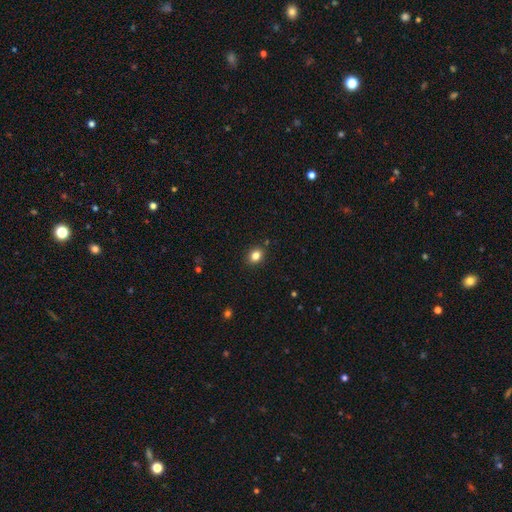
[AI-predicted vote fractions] The model was most divided on "how rounded": round: 61%, in between: 38%, cigar-shaped: 1%. More confident: merging — none (88%); smooth or featured — smooth (82%).